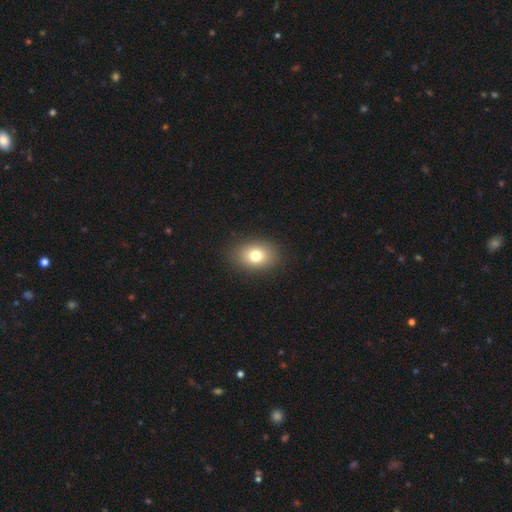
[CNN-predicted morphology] This appears to be a smooth galaxy with no disk features (77%) that is in between round and cigar-shaped (72%). Merging: none (88%).